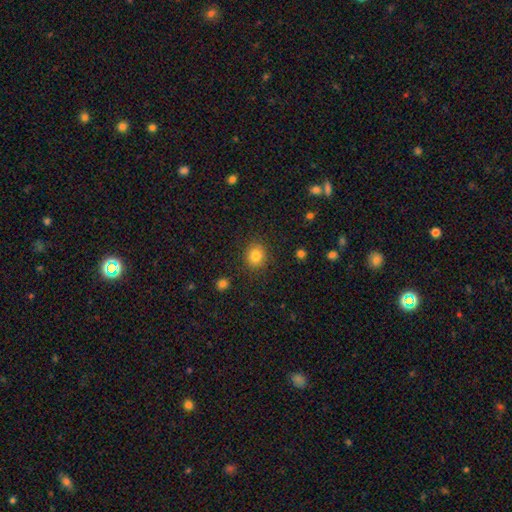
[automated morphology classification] Smooth or featured? Predicted: smooth (p=0.82). How rounded? Predicted: round (p=0.74). Merging? Predicted: none (p=0.89).